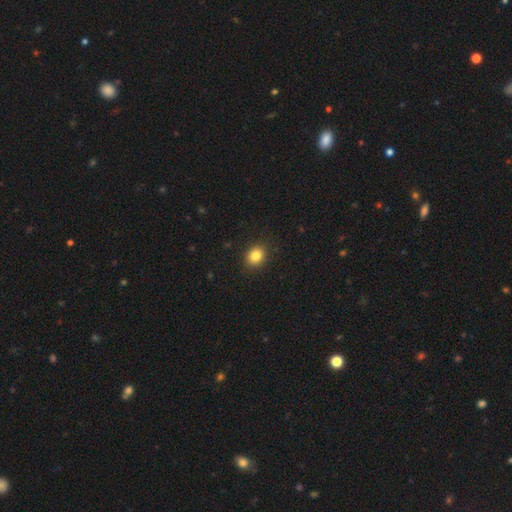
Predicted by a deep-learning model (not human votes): Smooth or featured?
  - smooth: 84% *
  - star or artifact: 10%
  - featured or disk: 6%
How rounded?
  - round: 60% *
  - in between: 39%
  - cigar-shaped: 1%
Merging?
  - none: 89% *
  - minor disturbance: 8%
  - major disturbance: 2%
  - merger: 1%